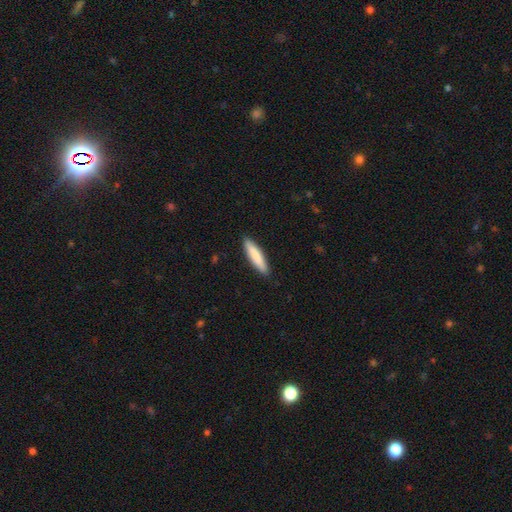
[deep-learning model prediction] The model was most divided on "how rounded": cigar-shaped: 83%, in between: 16%, round: 1%. More confident: merging — none (90%); smooth or featured — smooth (83%).